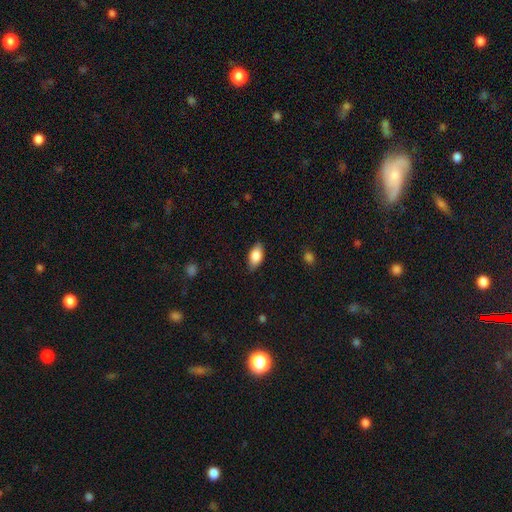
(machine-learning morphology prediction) A smooth galaxy with no disk features (83%) that is in between round and cigar-shaped (90%).

Vote fractions:
- Smooth or featured? smooth: 83% / featured or disk: 10% / star or artifact: 7%
- How rounded? in between: 90% / cigar-shaped: 5% / round: 4%
- Merging? none: 84% / minor disturbance: 12% / major disturbance: 2% / merger: 1%